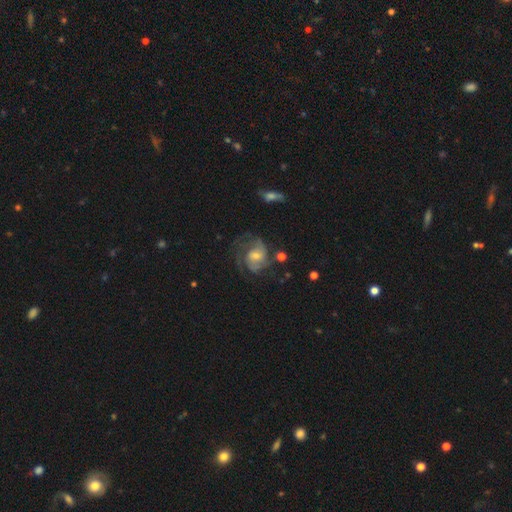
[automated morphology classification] A featured or disk galaxy (76%) with no bar (52%), 2 (40%) medium (47%) spiral arms (89%) and a moderate central bulge (48%).

Vote fractions:
- Smooth or featured? featured or disk: 76% / smooth: 16% / star or artifact: 9%
- Edge-on disk? no: 98% / yes: 2%
- Bar? no: 52% / weak: 40% / strong: 8%
- Spiral arms? yes: 89% / no: 11%
- Spiral winding? medium: 47% / tight: 34% / loose: 20%
- Spiral arm count? 2: 40% / can't tell: 26% / 3: 19% / 1: 7% / 4: 5% / more than 4: 3%
- Bulge size? moderate: 48% / small: 39% / large: 7% / none: 5% / dominant: 1%
- Merging? none: 56% / major disturbance: 22% / minor disturbance: 20% / merger: 3%